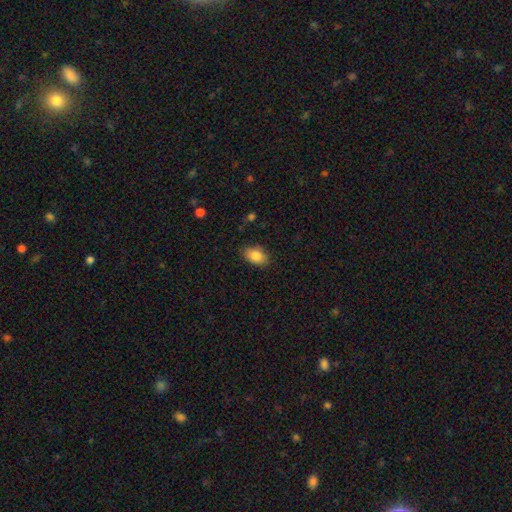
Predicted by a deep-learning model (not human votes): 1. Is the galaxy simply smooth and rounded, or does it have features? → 85% smooth, 8% star or artifact, 7% featured or disk.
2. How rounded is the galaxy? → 86% in between, 13% round, 1% cigar-shaped.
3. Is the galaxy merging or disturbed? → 85% none, 12% minor disturbance, 2% major disturbance, 1% merger.